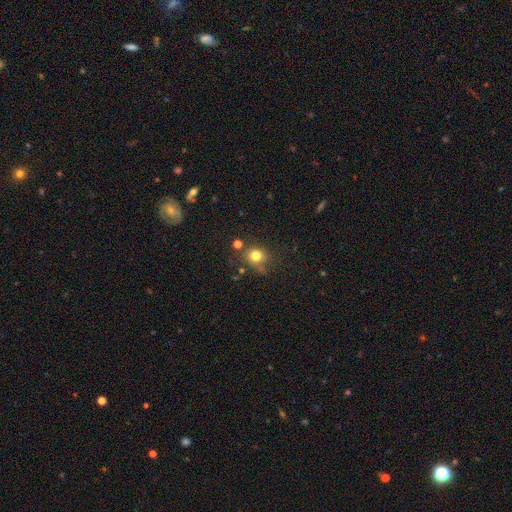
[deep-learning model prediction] Q: Smooth or featured?
A: smooth (78%); runner-up: star or artifact (14%)
Q: How rounded?
A: round (79%); runner-up: in between (20%)
Q: Merging?
A: none (67%); runner-up: minor disturbance (18%)